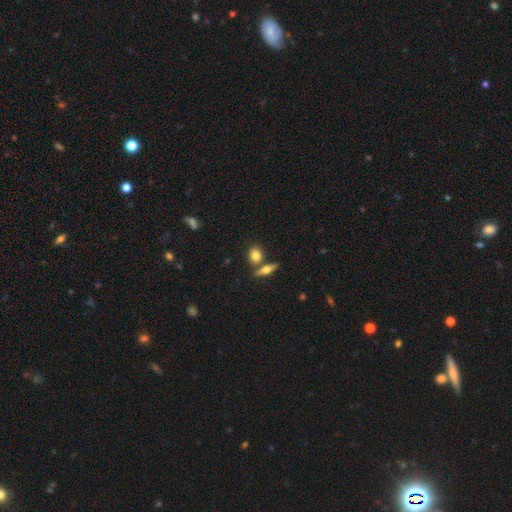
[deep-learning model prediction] This is likely a smooth galaxy (76%). How rounded: possibly round (53%). Merging: likely none (66%).